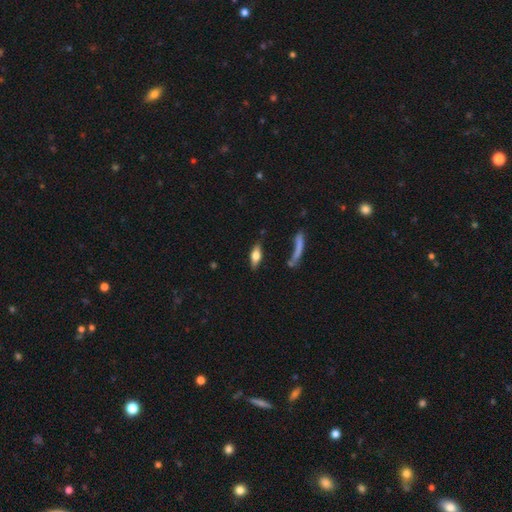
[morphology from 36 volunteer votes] Smooth or featured? 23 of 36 (64%) said smooth. How rounded? 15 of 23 (65%) said in between. Merging? 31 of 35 (89%) said none.